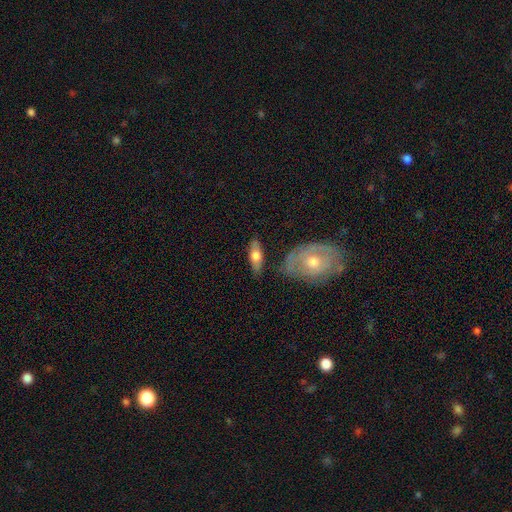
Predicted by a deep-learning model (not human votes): The model was most divided on "smooth or featured": smooth: 56%, featured or disk: 38%, star or artifact: 6%. More confident: merging — none (74%); how rounded — in between (67%).